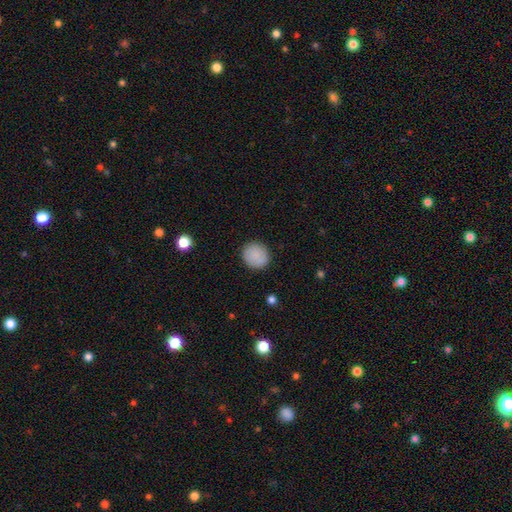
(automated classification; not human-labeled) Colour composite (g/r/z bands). It shows a smooth galaxy with no disk features (88%) that is round (88%). Merging: none (90%).